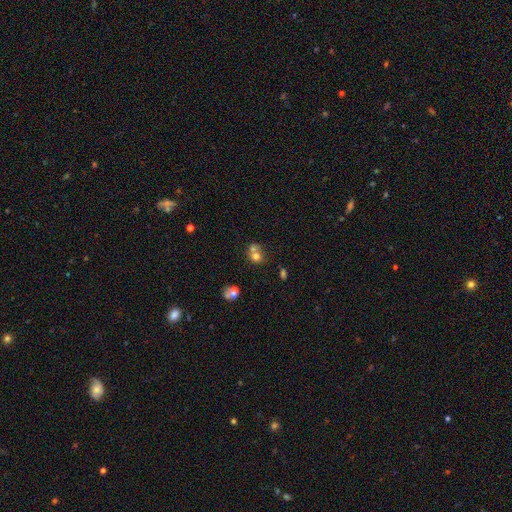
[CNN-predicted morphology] smooth 70%, featured or disk 17%, star or artifact 14%. Down the decision tree: how rounded — round (73%); merging — merger (55%).